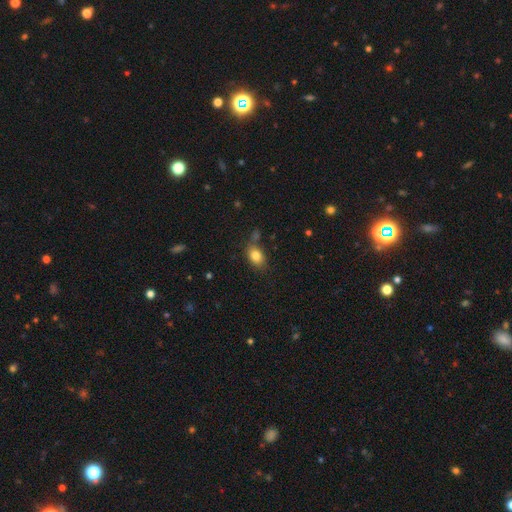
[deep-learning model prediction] This is clearly a smooth galaxy (83%). How rounded: likely in between (79%). Merging: likely none (69%).